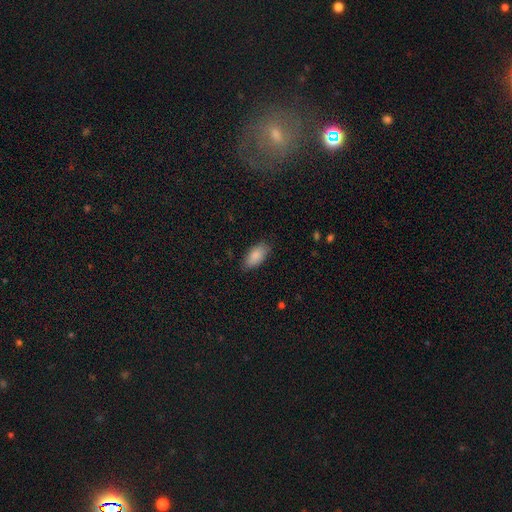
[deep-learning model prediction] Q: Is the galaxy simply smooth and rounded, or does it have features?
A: smooth — 88%.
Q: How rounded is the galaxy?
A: in between — 92%.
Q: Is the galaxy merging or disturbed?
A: none — 83%.